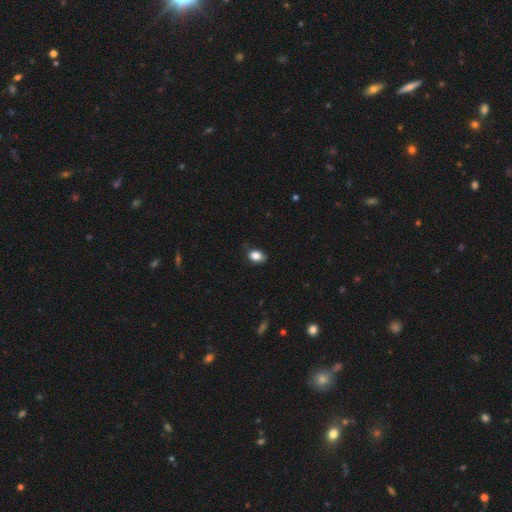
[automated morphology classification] Smooth or featured: smooth — 85% (star or artifact — 10%)
How rounded: in between — 66% (round — 33%)
Merging: none — 69% (minor disturbance — 25%)